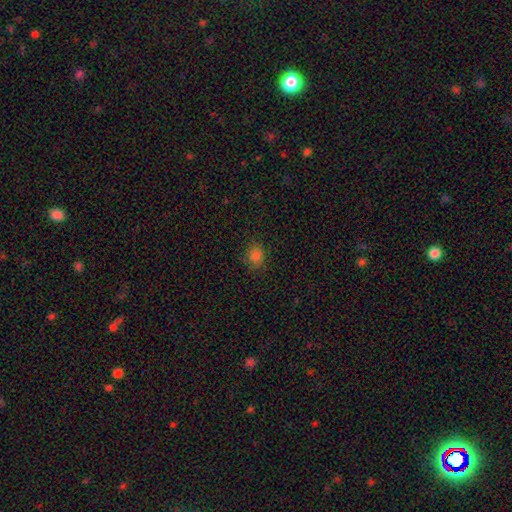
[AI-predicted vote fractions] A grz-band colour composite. It shows a smooth galaxy with no disk features (82%) that is round (62%). Merging: none (84%).